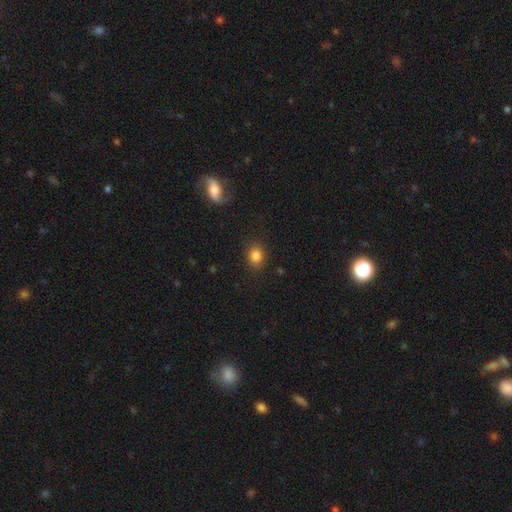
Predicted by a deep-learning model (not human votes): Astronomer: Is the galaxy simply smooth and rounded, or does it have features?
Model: smooth — 84%.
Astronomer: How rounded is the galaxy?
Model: round — 61% (runner-up: in between, 38%).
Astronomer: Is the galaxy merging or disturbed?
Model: none — 85%.